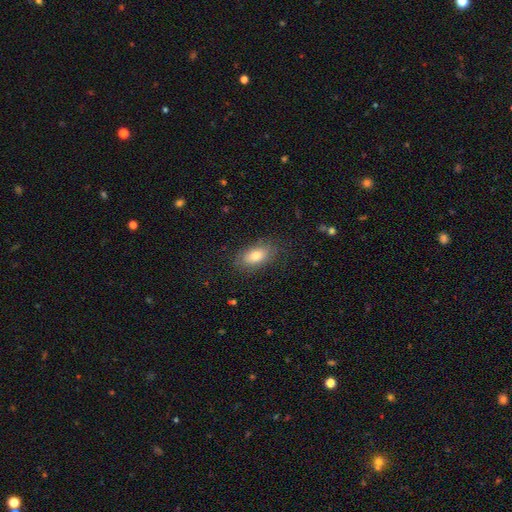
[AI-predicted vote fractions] A smooth galaxy with no disk features (77%) that is in between round and cigar-shaped (89%).

Vote fractions:
- Smooth or featured? smooth: 77% / featured or disk: 16% / star or artifact: 8%
- How rounded? in between: 89% / cigar-shaped: 6% / round: 6%
- Merging? none: 80% / minor disturbance: 14% / major disturbance: 5% / merger: 1%